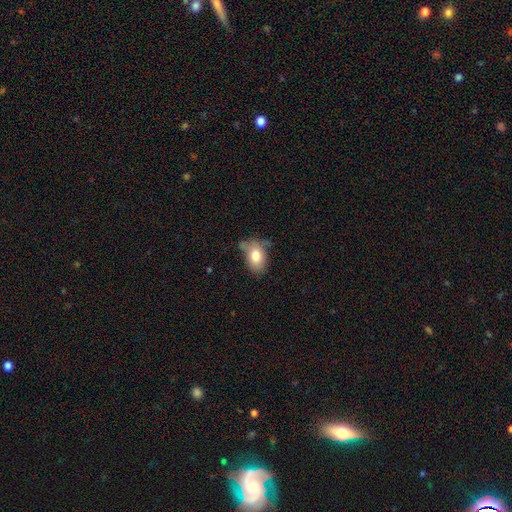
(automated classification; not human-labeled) The model was most divided on "merging": none: 50%, minor disturbance: 34%, major disturbance: 10%, merger: 6%. More confident: how rounded — in between (82%); smooth or featured — smooth (76%).